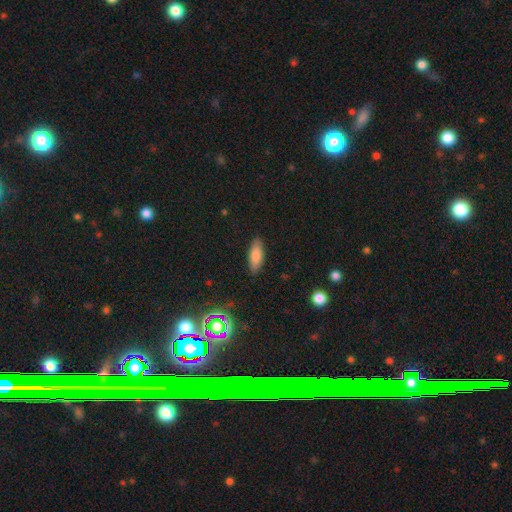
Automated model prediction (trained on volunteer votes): smooth 81%, featured or disk 11%, star or artifact 8%. Down the decision tree: how rounded — in between (70%); merging — none (87%).